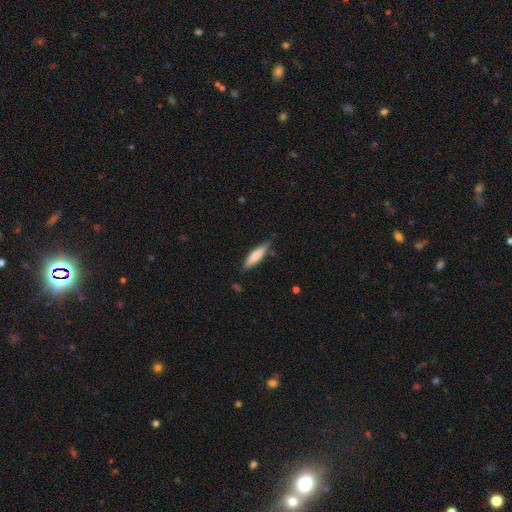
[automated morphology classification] smooth-or-featured: smooth: 75% | featured or disk: 20% | star or artifact: 6%
  how-rounded: cigar-shaped: 75% | in between: 24% | round: 1%
  merging: none: 81% | minor disturbance: 15% | major disturbance: 3% | merger: 2%